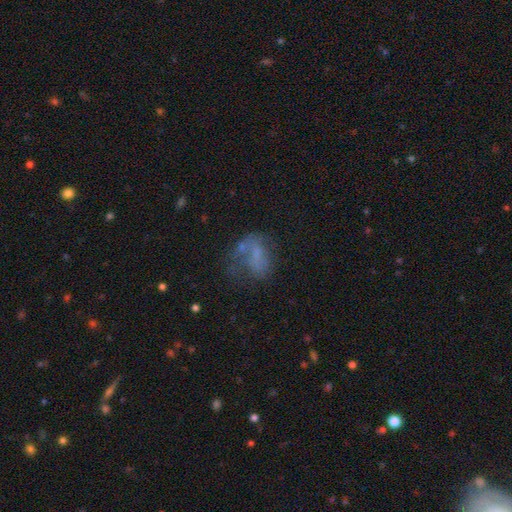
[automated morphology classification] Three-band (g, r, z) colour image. It shows a smooth galaxy with no disk features (44%). Merging: major disturbance (33%, tied with none).